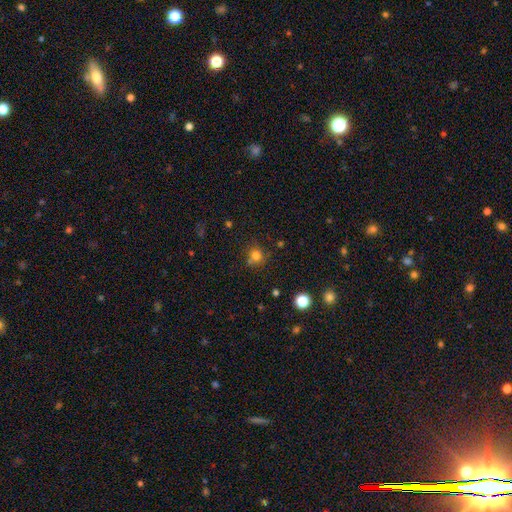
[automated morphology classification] Q: Smooth or featured?
A: smooth (77%); runner-up: star or artifact (16%)
Q: How rounded?
A: round (89%); runner-up: in between (10%)
Q: Merging?
A: none (70%); runner-up: merger (15%)